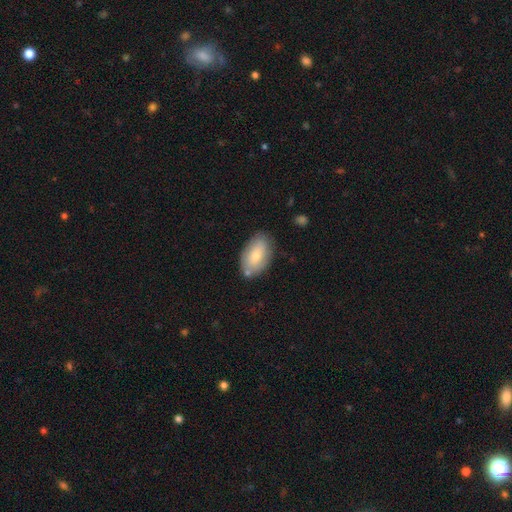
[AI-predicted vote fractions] smooth_or_featured: smooth (p=0.72) [alt: featured or disk p=0.22]
how_rounded: in between (p=0.93) [alt: round p=0.05]
merging: none (p=0.75) [alt: minor disturbance p=0.16]